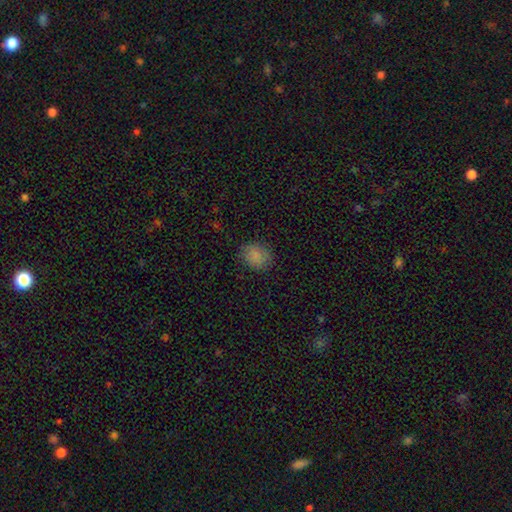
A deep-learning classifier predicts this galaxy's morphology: This is clearly a smooth galaxy (84%). How rounded: likely round (70%). Merging: clearly none (83%).